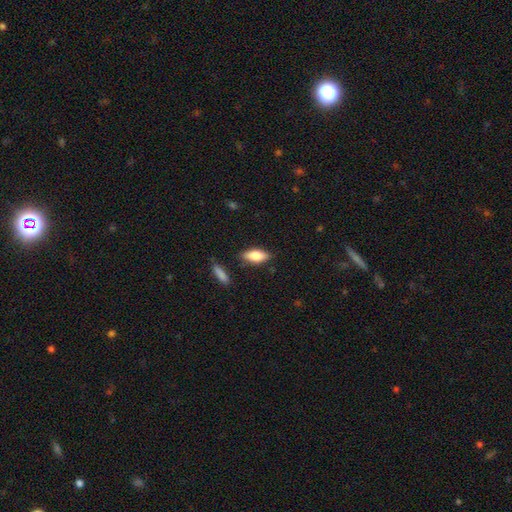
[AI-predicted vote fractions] The model was most divided on "smooth or featured": smooth: 72%, featured or disk: 22%, star or artifact: 7%. More confident: merging — none (82%); how rounded — in between (76%).